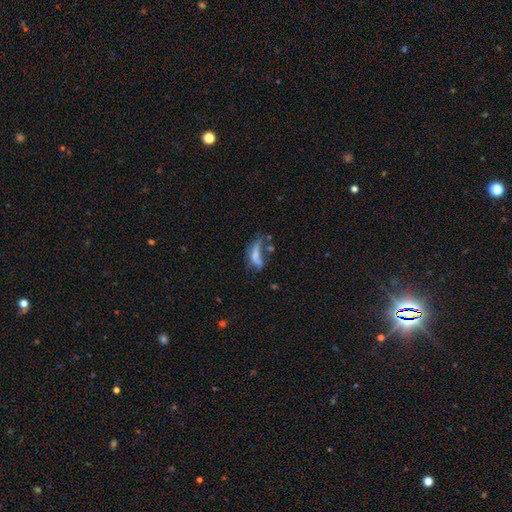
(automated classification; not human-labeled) This is possibly a smooth galaxy (51%). How rounded: possibly in between (53%). Merging: marginally major disturbance (37%).